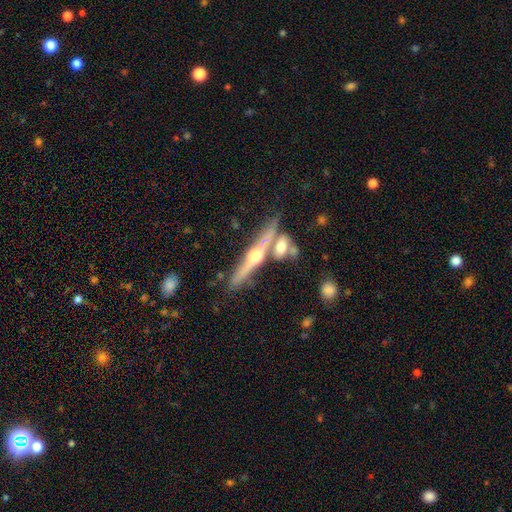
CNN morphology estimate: smooth-or-featured: featured or disk: 76% | smooth: 17% | star or artifact: 7%
  disk-edge-on: yes: 96% | no: 4%
    edge-on-bulge: rounded: 93% | none: 4% | boxy: 3%
  merging: none: 62% | merger: 25% | minor disturbance: 10% | major disturbance: 3%